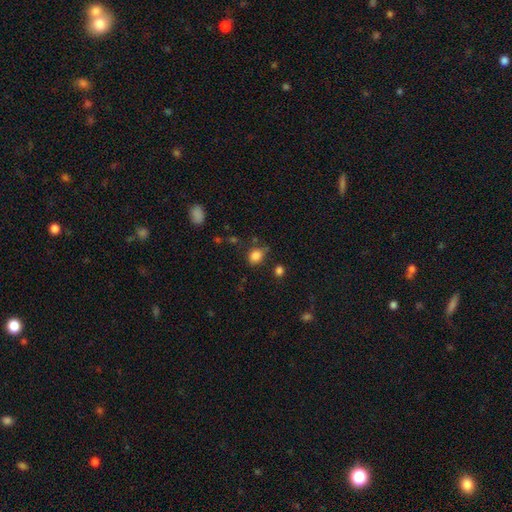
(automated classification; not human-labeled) Smooth or featured: smooth — 84% (star or artifact — 11%)
How rounded: in between — 50% (round — 49%)
Merging: none — 70% (minor disturbance — 20%)